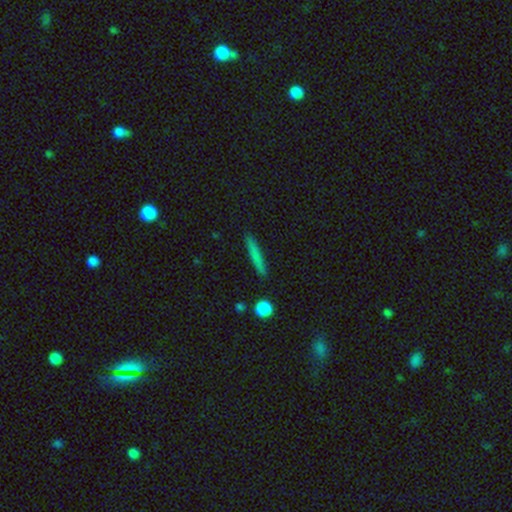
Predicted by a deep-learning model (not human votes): This is likely a smooth galaxy (75%). How rounded: clearly cigar-shaped (93%). Merging: clearly none (87%).